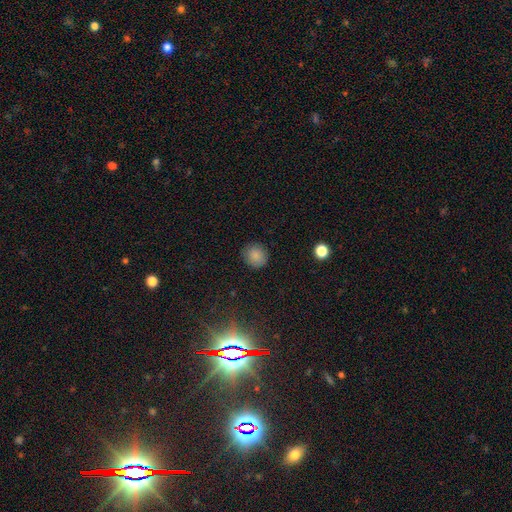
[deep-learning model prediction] Overall: smooth (85%). How rounded: round (89%). Merging: none (87%).